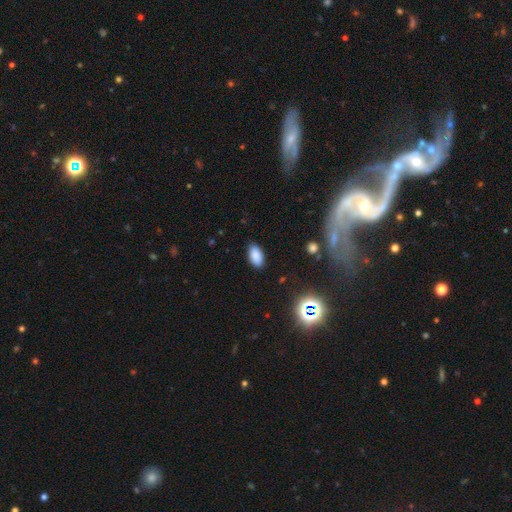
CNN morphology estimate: This is clearly a smooth galaxy (85%). How rounded: clearly in between (94%). Merging: clearly none (86%).